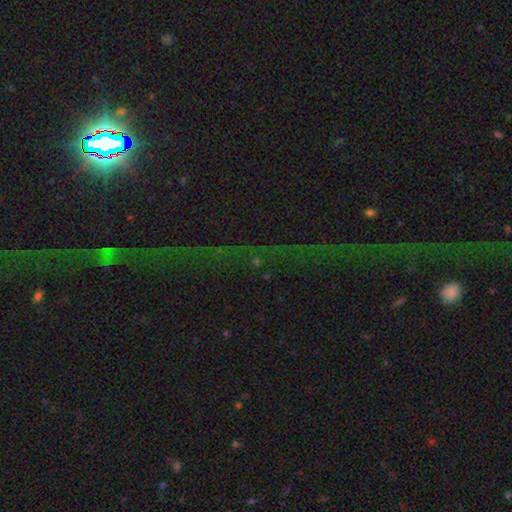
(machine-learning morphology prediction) Smooth or featured: star or artifact — 81% (featured or disk — 11%)